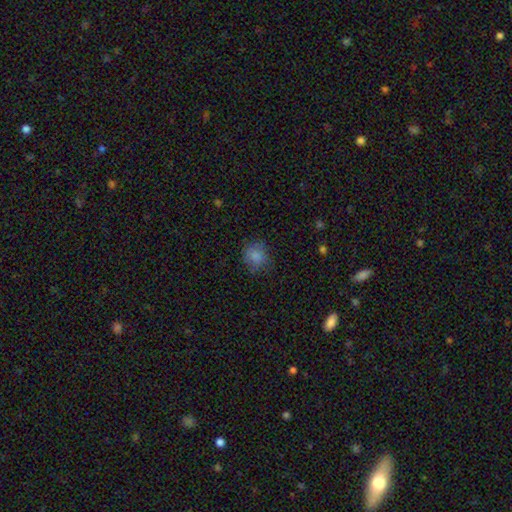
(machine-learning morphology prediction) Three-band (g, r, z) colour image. It shows a smooth galaxy with no disk features (83%) that is round (81%). Merging: none (76%).